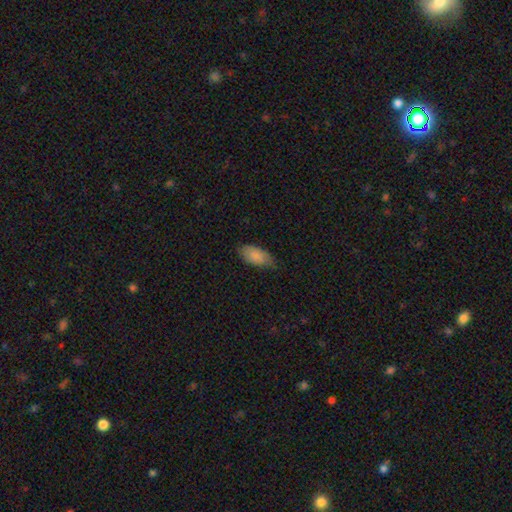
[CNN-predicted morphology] Overall: smooth (82%). How rounded: in between (93%). Merging: none (62%; minor disturbance 31%).